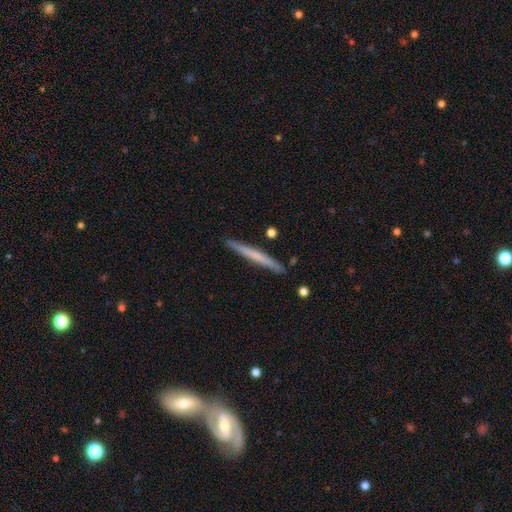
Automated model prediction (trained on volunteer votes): smooth-or-featured: smooth: 56% | featured or disk: 38% | star or artifact: 5%
  how-rounded: cigar-shaped: 97% | in between: 2% | round: 1%
  merging: none: 90% | minor disturbance: 7% | merger: 2% | major disturbance: 1%